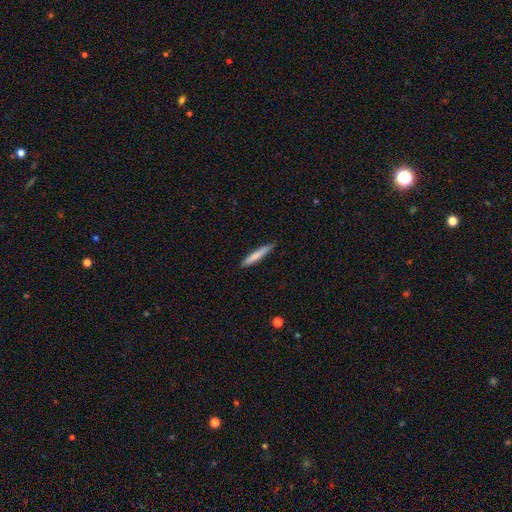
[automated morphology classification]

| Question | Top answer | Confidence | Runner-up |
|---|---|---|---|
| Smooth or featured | smooth | 77% | featured or disk (18%) |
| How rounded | cigar-shaped | 92% | in between (6%) |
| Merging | none | 83% | minor disturbance (14%) |